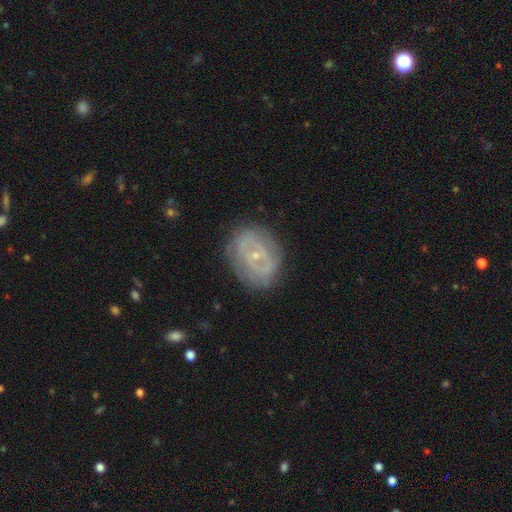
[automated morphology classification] A featured or disk galaxy (65%) with no bar (54%), spiral arms (58%) and a small central bulge (76%). Merging: none (77%).